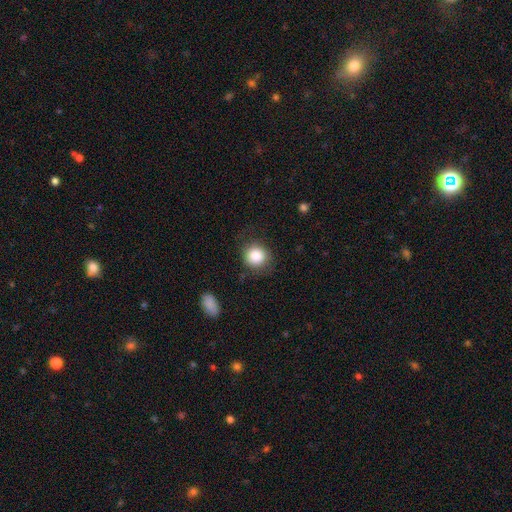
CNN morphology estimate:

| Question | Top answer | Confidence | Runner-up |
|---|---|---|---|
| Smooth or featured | smooth | 84% | star or artifact (9%) |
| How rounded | round | 88% | in between (11%) |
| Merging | none | 80% | minor disturbance (14%) |